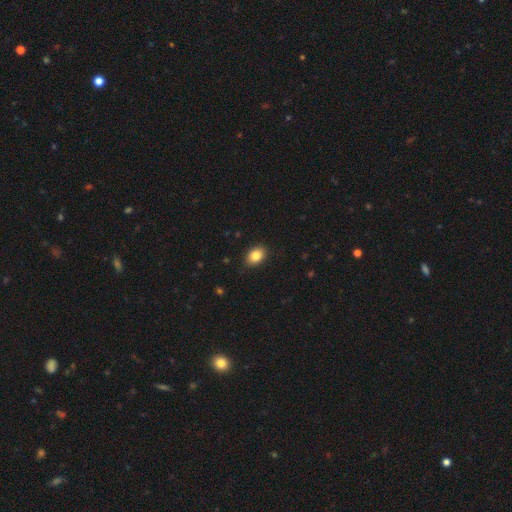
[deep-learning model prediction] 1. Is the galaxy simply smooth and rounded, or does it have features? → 85% smooth, 9% star or artifact, 6% featured or disk.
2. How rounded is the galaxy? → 74% in between, 25% round, 1% cigar-shaped.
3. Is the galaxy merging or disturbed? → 86% none, 11% minor disturbance, 2% major disturbance, 1% merger.